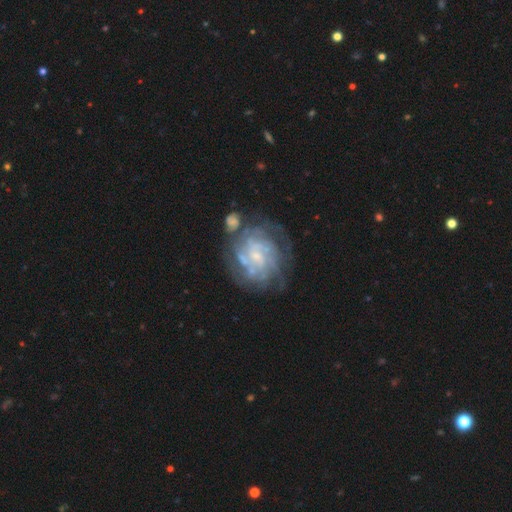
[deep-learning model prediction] Morphology: type=featured or disk (82%); edge-on=no (98%); bar=no (54%); spiral arms=yes (89%); winding=tight (63%); arm count=can't tell (46%); bulge=small (68%); merging=none (60%).